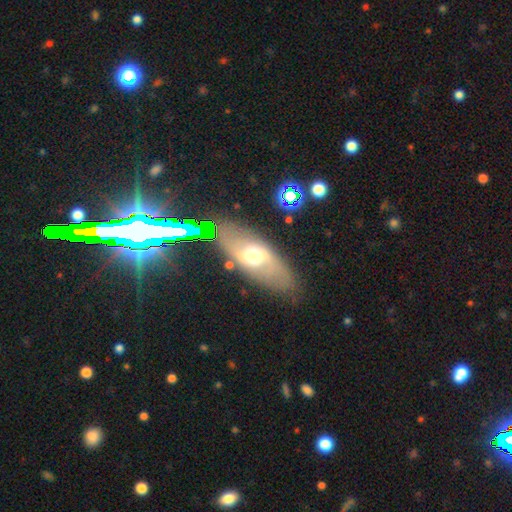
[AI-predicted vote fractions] smooth-or-featured: featured or disk: 53% | smooth: 36% | star or artifact: 11%
  disk-edge-on: no: 79% | yes: 21%
  merging: none: 81% | minor disturbance: 12% | major disturbance: 4% | merger: 2%